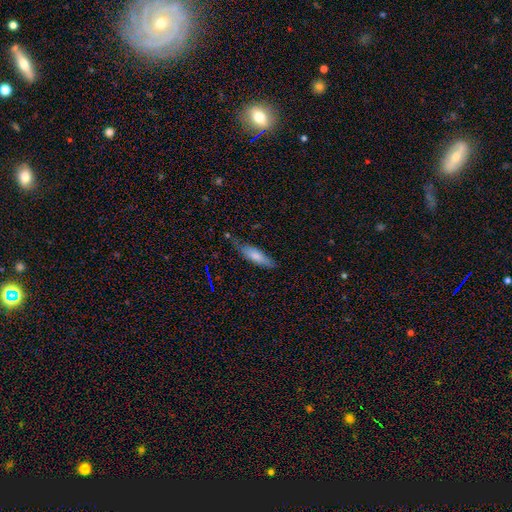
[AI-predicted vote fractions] A smooth galaxy with no disk features (71%) that is cigar-shaped (64%).

Vote fractions:
- Smooth or featured? smooth: 71% / featured or disk: 22% / star or artifact: 7%
- How rounded? cigar-shaped: 64% / in between: 34% / round: 2%
- Merging? none: 64% / minor disturbance: 27% / major disturbance: 6% / merger: 3%